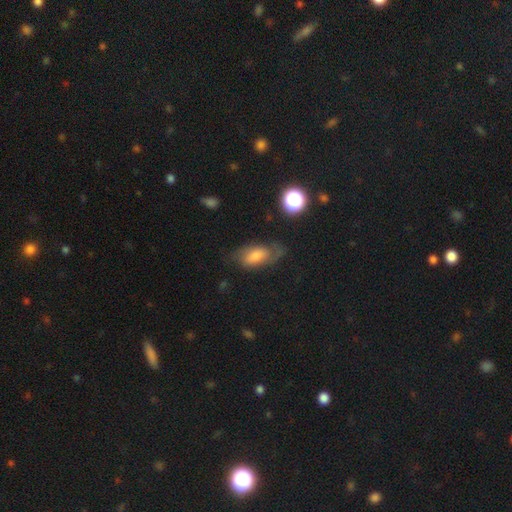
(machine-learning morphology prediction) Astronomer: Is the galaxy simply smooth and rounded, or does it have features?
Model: smooth — 54% (runner-up: featured or disk, 36%).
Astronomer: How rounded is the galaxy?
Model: in between — 86%.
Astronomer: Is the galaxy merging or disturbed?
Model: none — 56%.